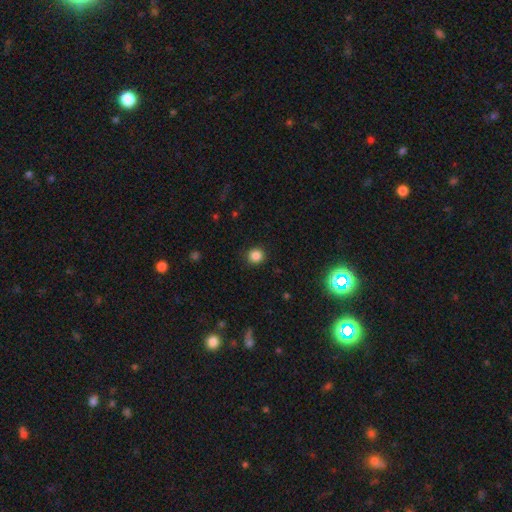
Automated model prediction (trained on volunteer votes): Morphology: type=smooth (85%); roundness=round (91%); merging=none (91%).